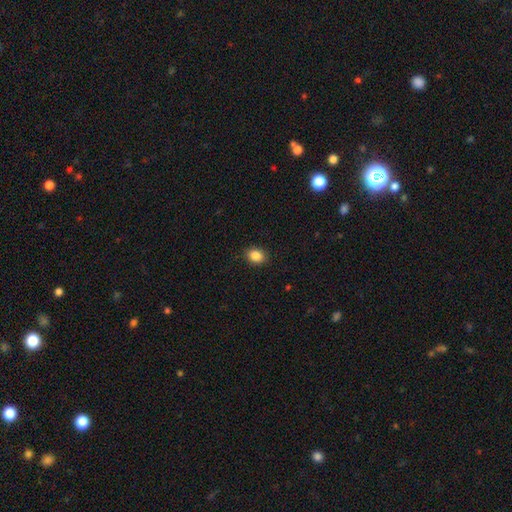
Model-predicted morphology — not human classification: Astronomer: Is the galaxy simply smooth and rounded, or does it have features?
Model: smooth — 87%.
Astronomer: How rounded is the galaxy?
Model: in between — 60% (runner-up: round, 39%).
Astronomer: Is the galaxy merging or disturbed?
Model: none — 89%.